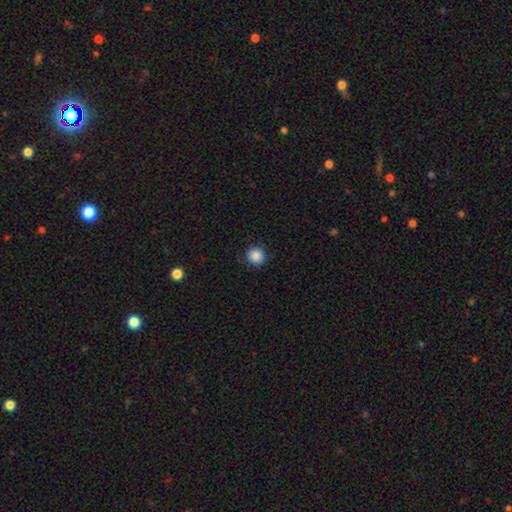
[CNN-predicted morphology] The model was most divided on "smooth or featured": smooth: 87%, star or artifact: 10%, featured or disk: 3%. More confident: how rounded — round (91%); merging — none (88%).